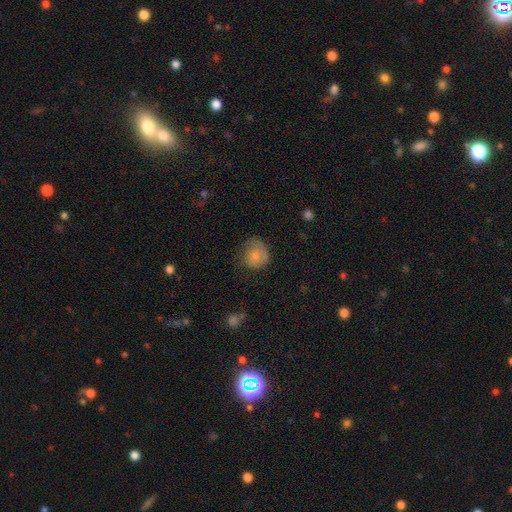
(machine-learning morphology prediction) A smooth galaxy with no disk features (72%) that is round (74%).

Vote fractions:
- Smooth or featured? smooth: 72% / featured or disk: 20% / star or artifact: 8%
- How rounded? round: 74% / in between: 25% / cigar-shaped: 1%
- Merging? none: 45% / minor disturbance: 30% / major disturbance: 23% / merger: 2%